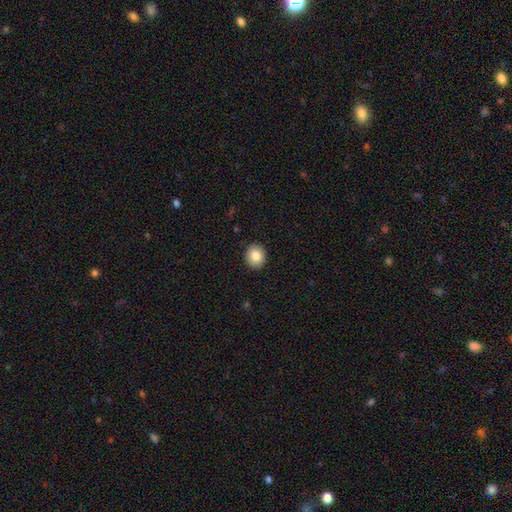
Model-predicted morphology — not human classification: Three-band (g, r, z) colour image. It shows a smooth galaxy with no disk features (83%) that is round (76%). Merging: none (91%).